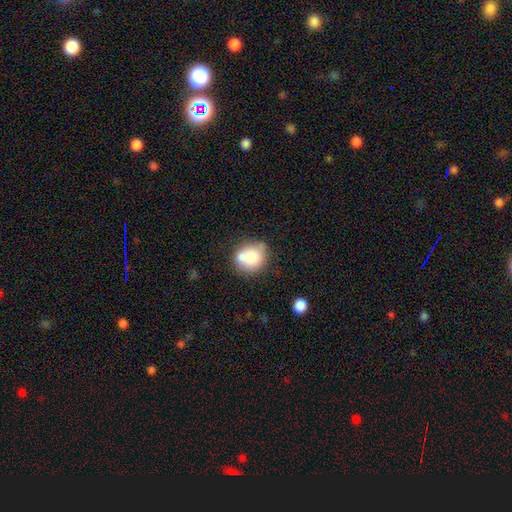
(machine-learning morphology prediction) Q: Smooth or featured?
A: smooth (75%); runner-up: featured or disk (16%)
Q: How rounded?
A: round (75%); runner-up: in between (24%)
Q: Merging?
A: none (48%); runner-up: merger (30%)